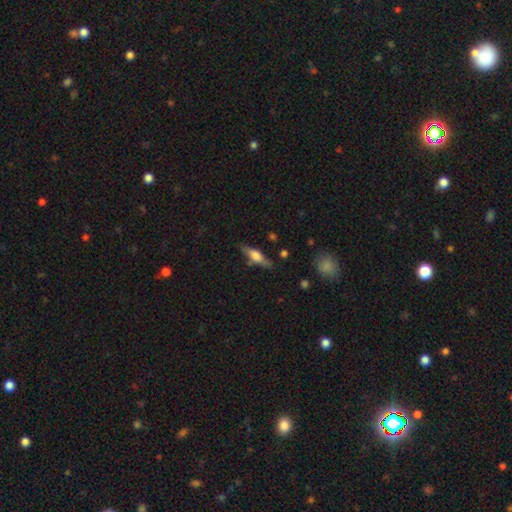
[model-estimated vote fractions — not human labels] The model was most divided on "smooth or featured": featured or disk: 56%, smooth: 37%, star or artifact: 7%. More confident: edge-on disk — yes (93%); edge-on bulge — rounded (81%); merging — none (80%).